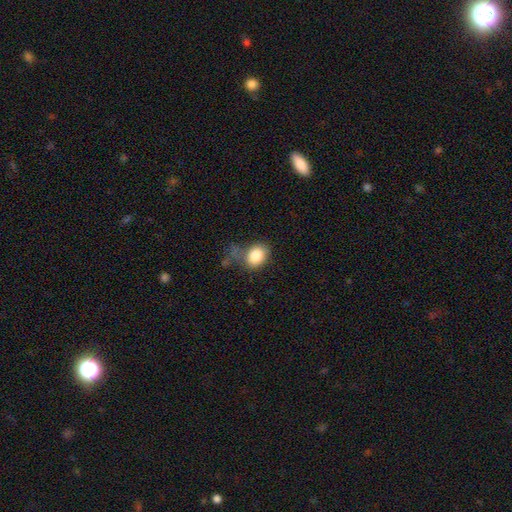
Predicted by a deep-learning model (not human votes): Smooth or featured: smooth — 85% (star or artifact — 9%)
How rounded: in between — 57% (round — 42%)
Merging: none — 54% (minor disturbance — 26%)